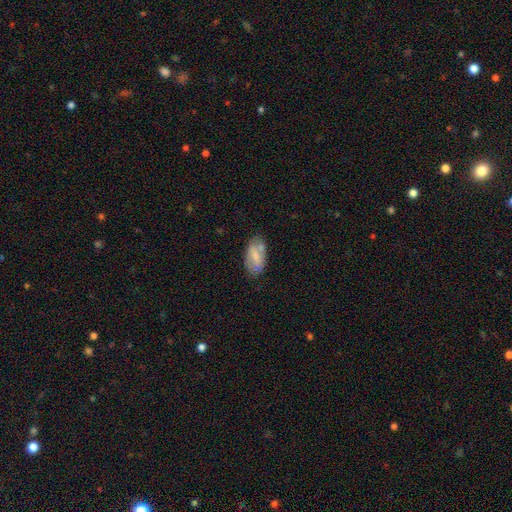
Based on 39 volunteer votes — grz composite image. It shows a smooth galaxy with no disk features (56%) that is in between round and cigar-shaped (86%). Merging: none (62%).